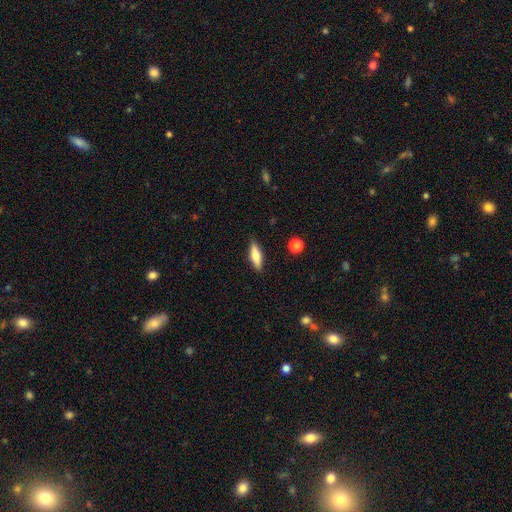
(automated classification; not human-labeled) Q: Smooth or featured?
A: smooth (66%); runner-up: featured or disk (27%)
Q: How rounded?
A: cigar-shaped (54%); runner-up: in between (43%)
Q: Merging?
A: none (87%); runner-up: minor disturbance (9%)